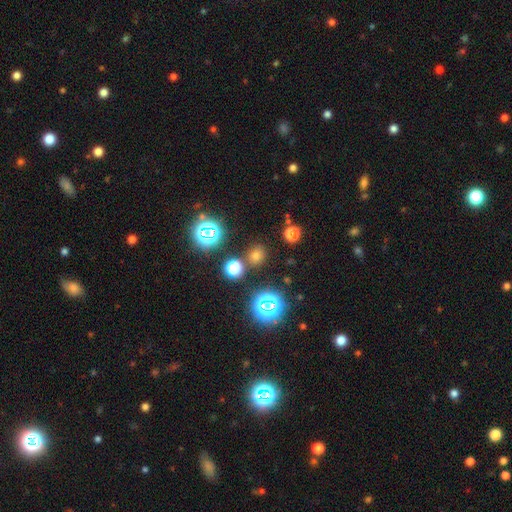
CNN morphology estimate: type=smooth (60%); roundness=round (75%); merging=none (83%).